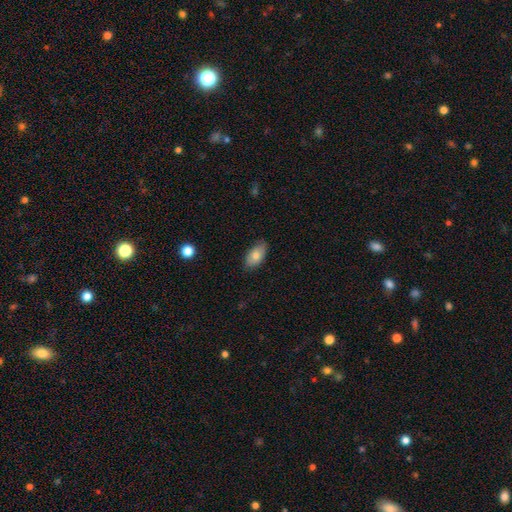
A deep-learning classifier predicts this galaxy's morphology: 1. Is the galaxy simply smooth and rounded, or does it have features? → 76% smooth, 17% featured or disk, 7% star or artifact.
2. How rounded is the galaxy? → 92% in between, 4% round, 3% cigar-shaped.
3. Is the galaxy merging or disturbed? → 81% none, 16% minor disturbance, 3% major disturbance, 1% merger.